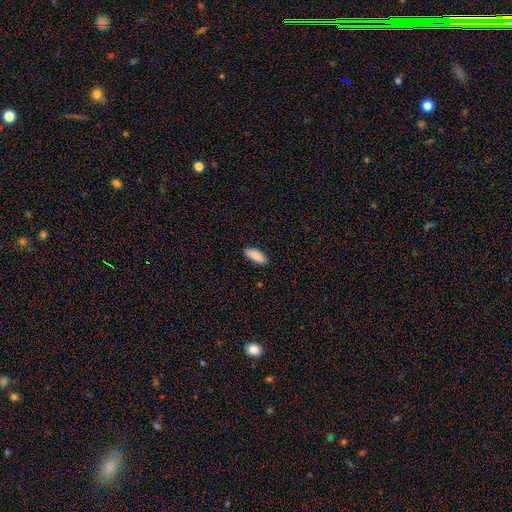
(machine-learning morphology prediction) Smooth or featured? smooth (89%)
How rounded? in between (72%)
Merging? none (88%)